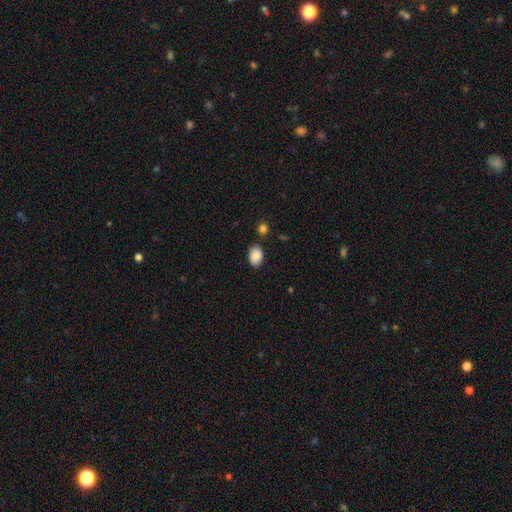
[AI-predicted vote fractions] Smooth or featured? Predicted: smooth (p=0.89). How rounded? Predicted: in between (p=0.83). Merging? Predicted: none (p=0.81).